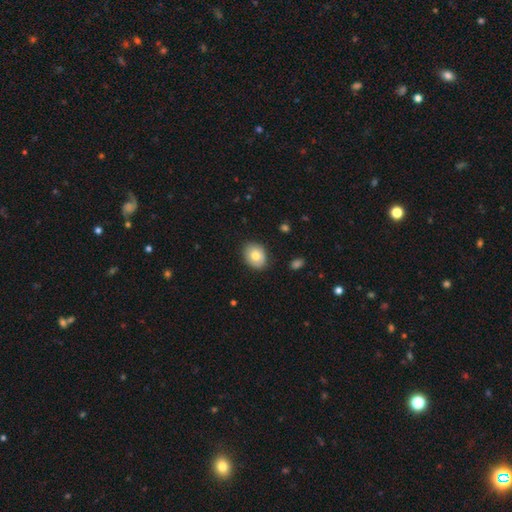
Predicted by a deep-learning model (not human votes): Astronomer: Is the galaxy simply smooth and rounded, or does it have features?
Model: smooth — 75%.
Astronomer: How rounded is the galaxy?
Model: in between — 54% (runner-up: round, 45%).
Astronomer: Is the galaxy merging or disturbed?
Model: none — 83%.